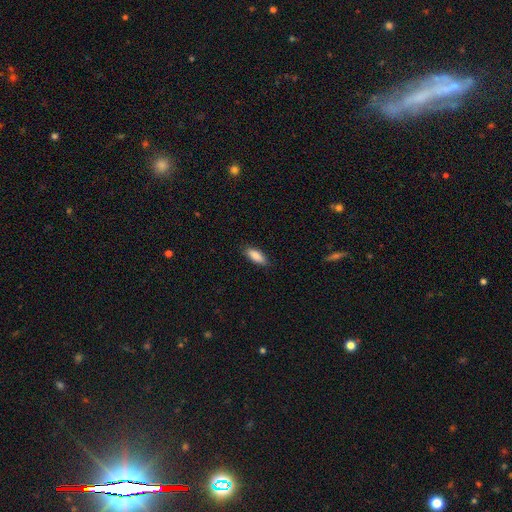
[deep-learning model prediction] This appears to be a smooth galaxy with no disk features (87%) that is in between round and cigar-shaped (74%). Merging: none (84%).